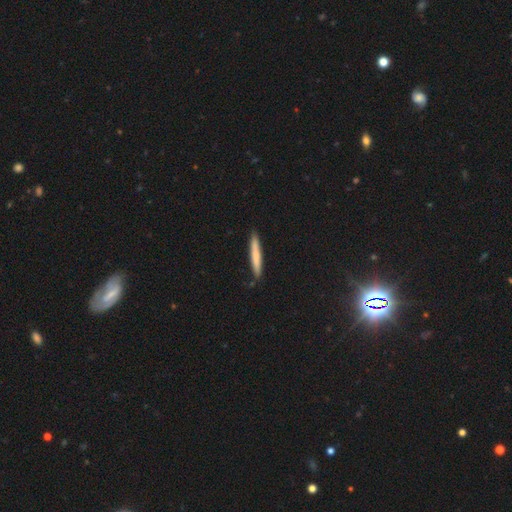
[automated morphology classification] type=smooth (72%); roundness=cigar-shaped (96%); merging=none (87%).